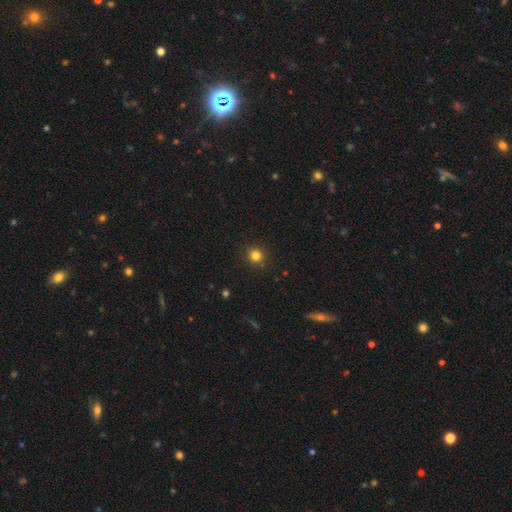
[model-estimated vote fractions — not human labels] A smooth galaxy with no disk features (82%) that is round (93%).

Vote fractions:
- Smooth or featured? smooth: 82% / star or artifact: 14% / featured or disk: 4%
- How rounded? round: 93% / in between: 6% / cigar-shaped: 1%
- Merging? none: 91% / minor disturbance: 6% / major disturbance: 2% / merger: 1%